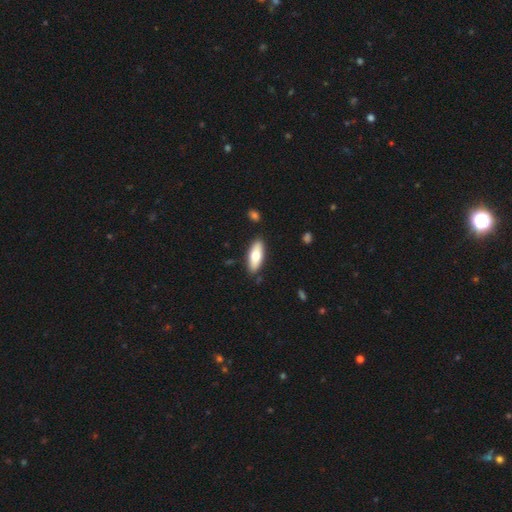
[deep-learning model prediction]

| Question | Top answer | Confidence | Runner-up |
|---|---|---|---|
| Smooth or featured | smooth | 67% | featured or disk (28%) |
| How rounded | in between | 73% | cigar-shaped (25%) |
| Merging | none | 87% | minor disturbance (9%) |